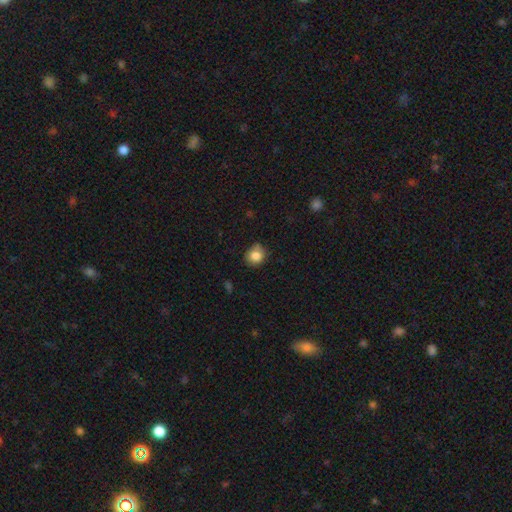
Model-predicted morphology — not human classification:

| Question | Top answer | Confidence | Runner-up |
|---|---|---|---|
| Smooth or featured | smooth | 83% | star or artifact (10%) |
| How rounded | round | 81% | in between (18%) |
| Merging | none | 73% | minor disturbance (21%) |